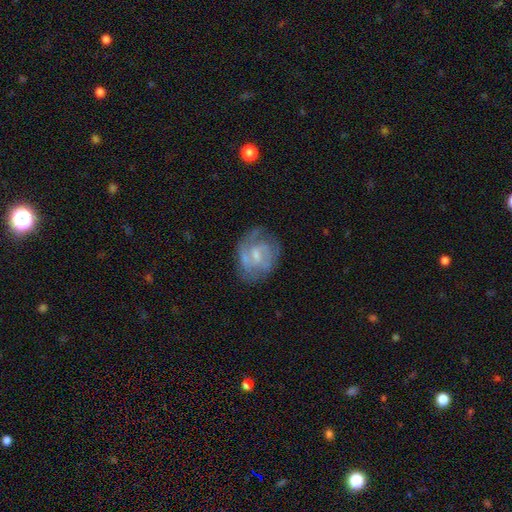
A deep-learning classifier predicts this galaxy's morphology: A featured or disk galaxy (64%) with a weak bar (51%), spiral arms (68%) and a small central bulge (47%). Merging: none (57%).